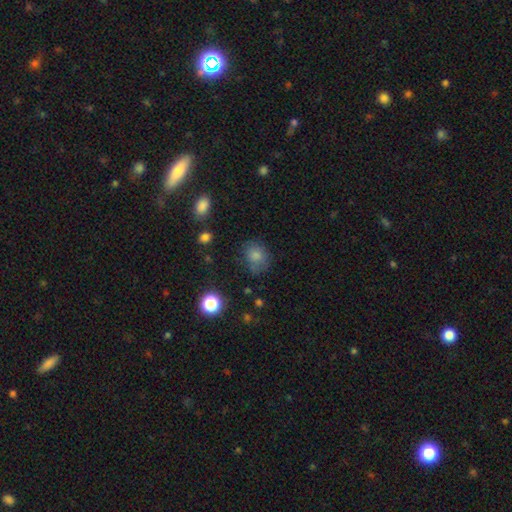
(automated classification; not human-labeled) smooth-or-featured: smooth: 78% | star or artifact: 13% | featured or disk: 9%
  how-rounded: round: 58% | in between: 41% | cigar-shaped: 1%
  merging: none: 64% | minor disturbance: 23% | major disturbance: 9% | merger: 4%